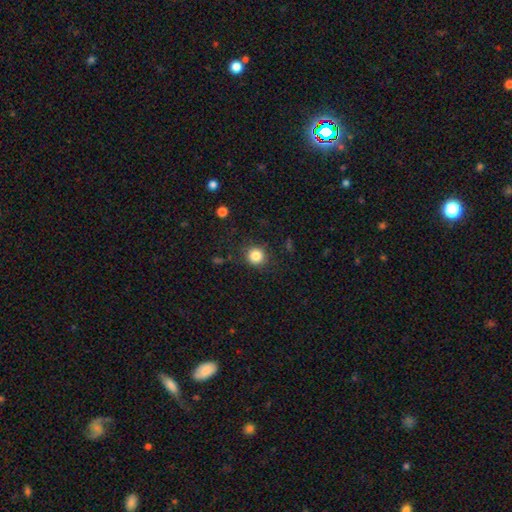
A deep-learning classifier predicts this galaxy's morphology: This appears to be a smooth galaxy with no disk features (84%) that is round (90%). Merging: none (86%).